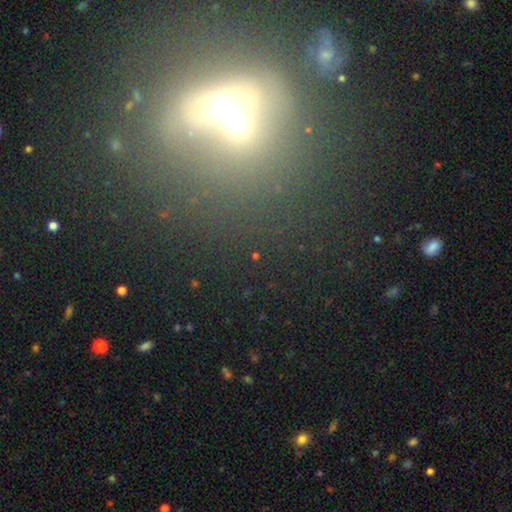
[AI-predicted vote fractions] The model was most divided on "smooth or featured": star or artifact: 58%, smooth: 30%, featured or disk: 11%.